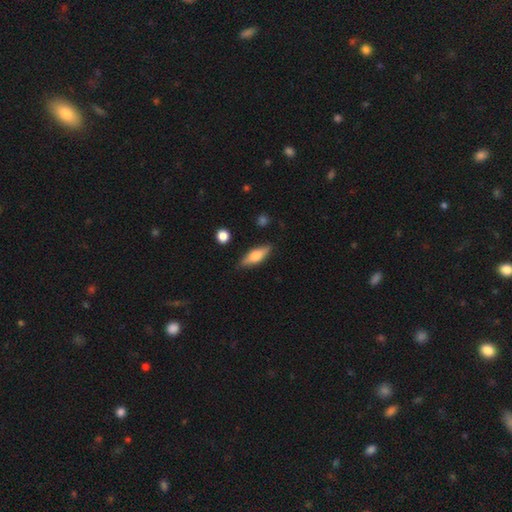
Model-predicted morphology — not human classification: Smooth or featured?
  - smooth: 52% *
  - featured or disk: 41%
  - star or artifact: 6%
How rounded?
  - in between: 54% *
  - cigar-shaped: 43%
  - round: 3%
Merging?
  - none: 86% *
  - minor disturbance: 10%
  - major disturbance: 2%
  - merger: 2%